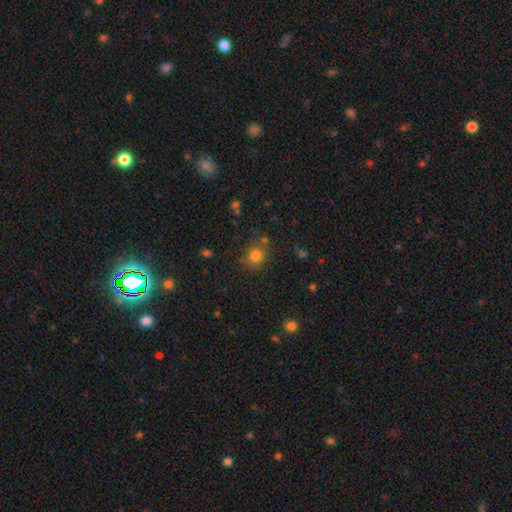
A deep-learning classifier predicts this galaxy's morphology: type=smooth (79%); roundness=round (83%); merging=none (76%).